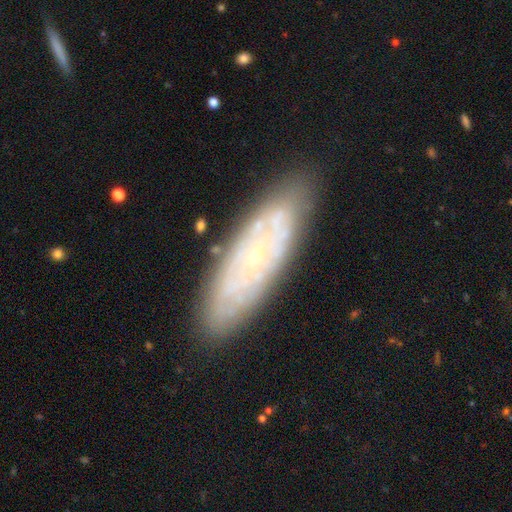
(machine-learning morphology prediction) smooth-or-featured: featured or disk: 73% | smooth: 20% | star or artifact: 7%
  disk-edge-on: no: 82% | yes: 18%
    bar: no: 83% | weak: 13% | strong: 4%
    has-spiral-arms: yes: 71% | no: 29%
    bulge-size: small: 84% | moderate: 12% | none: 2% | large: 1% | dominant: 1%
  merging: none: 83% | minor disturbance: 13% | major disturbance: 3% | merger: 2%